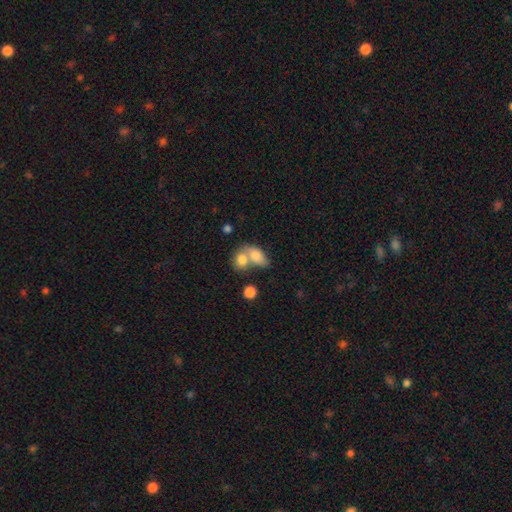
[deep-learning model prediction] smooth 79%, featured or disk 14%, star or artifact 7%. Down the decision tree: how rounded — in between (82%); merging — merger (63%).